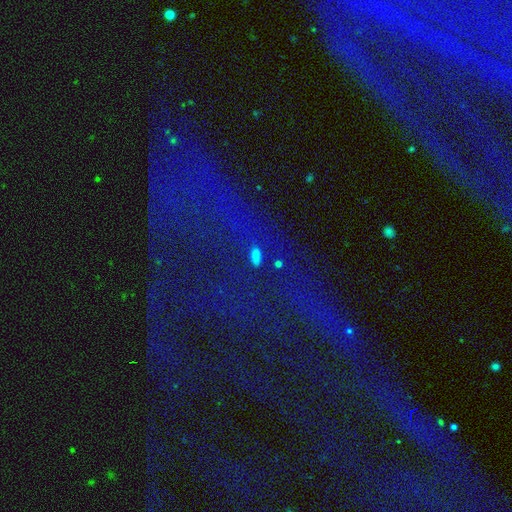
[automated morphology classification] smooth_or_featured: smooth (p=0.62) [alt: star or artifact p=0.29]
how_rounded: in between (p=0.78) [alt: cigar-shaped p=0.13]
merging: none (p=0.76) [alt: minor disturbance p=0.13]